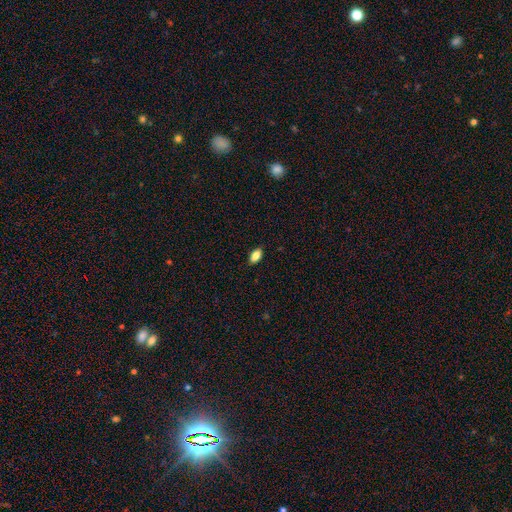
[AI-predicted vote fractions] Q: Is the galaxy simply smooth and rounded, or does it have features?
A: smooth — 84%.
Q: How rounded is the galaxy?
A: in between — 90%.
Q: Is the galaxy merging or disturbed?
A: none — 88%.